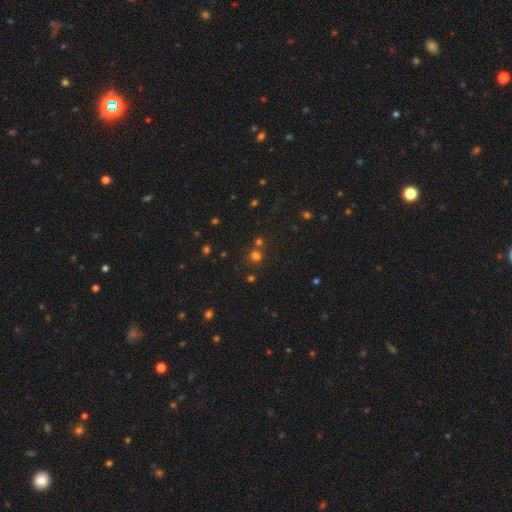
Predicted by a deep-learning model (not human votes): Smooth or featured? Predicted: smooth (p=0.62). How rounded? Predicted: round (p=0.84). Merging? Predicted: none (p=0.63).